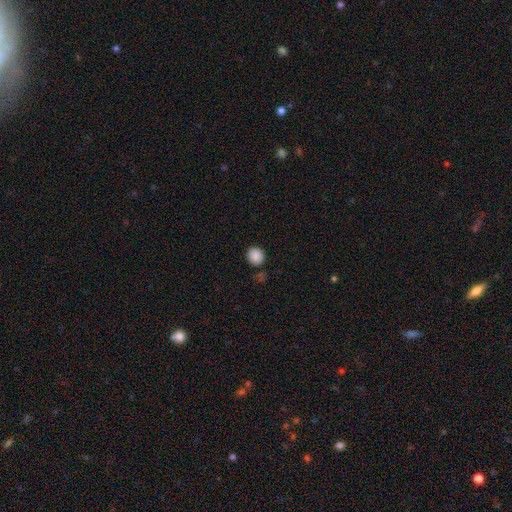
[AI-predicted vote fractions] smooth 88%, star or artifact 10%, featured or disk 3%. Down the decision tree: how rounded — round (85%); merging — none (85%).